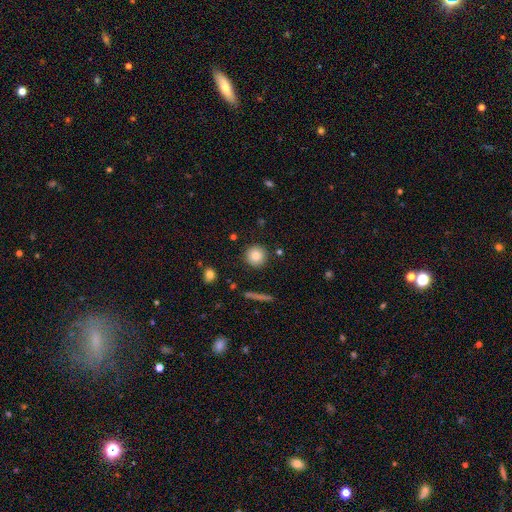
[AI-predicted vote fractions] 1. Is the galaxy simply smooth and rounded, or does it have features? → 82% smooth, 9% star or artifact, 8% featured or disk.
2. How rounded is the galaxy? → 95% round, 4% in between, 1% cigar-shaped.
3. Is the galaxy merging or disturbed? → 89% none, 6% minor disturbance, 2% merger, 2% major disturbance.